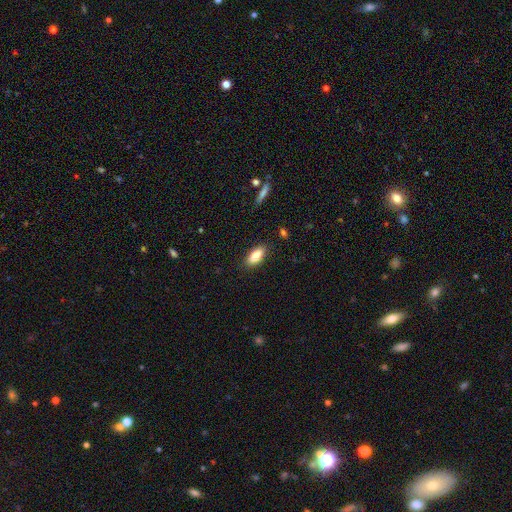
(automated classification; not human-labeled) The model was most divided on "smooth or featured": smooth: 81%, featured or disk: 12%, star or artifact: 7%. More confident: merging — none (88%); how rounded — in between (83%).